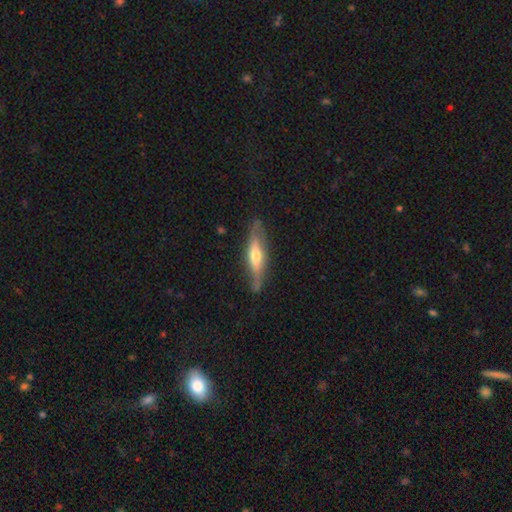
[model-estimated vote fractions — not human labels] Smooth or featured?
  - featured or disk: 61% *
  - smooth: 34%
  - star or artifact: 5%
Edge-on disk?
  - yes: 85% *
  - no: 15%
Edge-on bulge?
  - rounded: 77% *
  - boxy: 13%
  - none: 10%
Merging?
  - none: 77% *
  - minor disturbance: 17%
  - major disturbance: 4%
  - merger: 2%